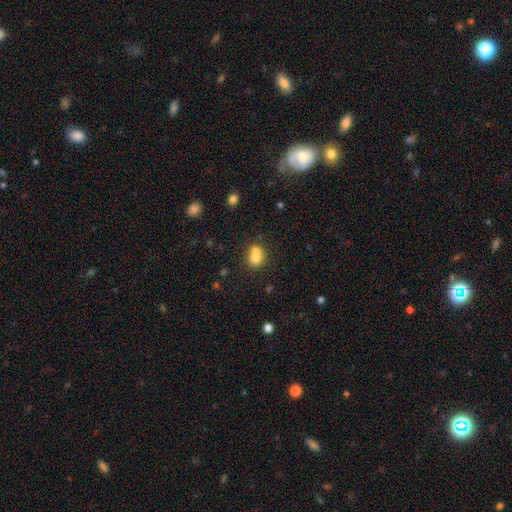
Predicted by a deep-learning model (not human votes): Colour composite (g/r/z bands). It shows a smooth galaxy with no disk features (71%) that is round (67%). Merging: merger (63%).